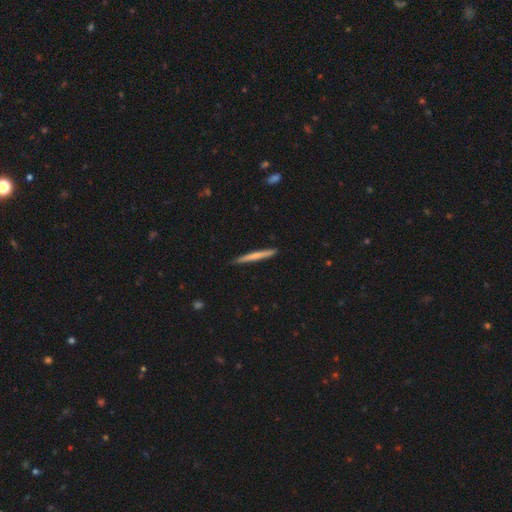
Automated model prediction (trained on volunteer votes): Smooth or featured? Predicted: smooth (p=0.59). How rounded? Predicted: cigar-shaped (p=0.97). Merging? Predicted: none (p=0.90).